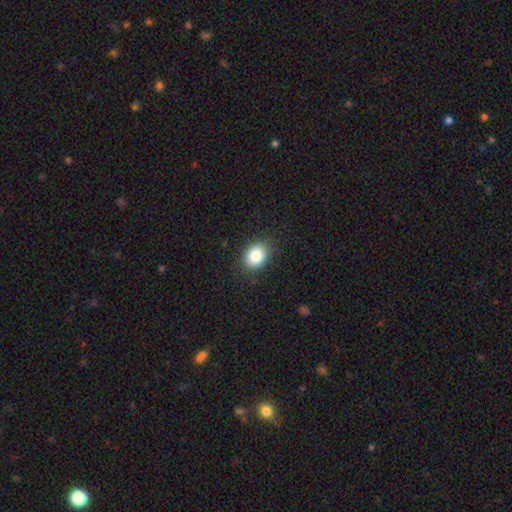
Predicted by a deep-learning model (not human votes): Smooth or featured?
  - smooth: 85% *
  - star or artifact: 9%
  - featured or disk: 6%
How rounded?
  - in between: 57% *
  - round: 42%
  - cigar-shaped: 1%
Merging?
  - none: 87% *
  - minor disturbance: 10%
  - major disturbance: 3%
  - merger: 1%